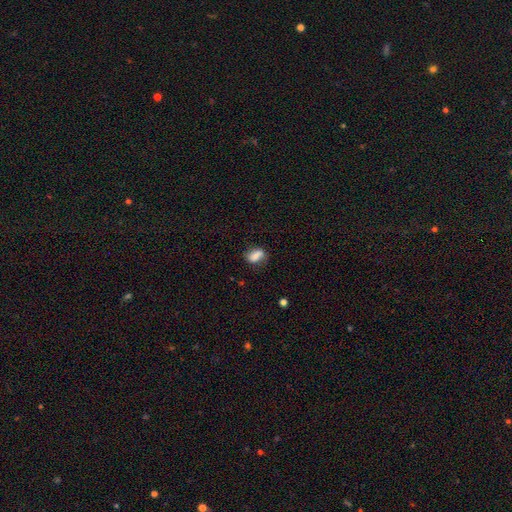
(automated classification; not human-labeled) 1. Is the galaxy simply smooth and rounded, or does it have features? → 73% smooth, 17% featured or disk, 9% star or artifact.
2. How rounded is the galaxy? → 77% in between, 16% round, 7% cigar-shaped.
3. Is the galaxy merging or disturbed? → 64% none, 24% minor disturbance, 9% major disturbance, 3% merger.